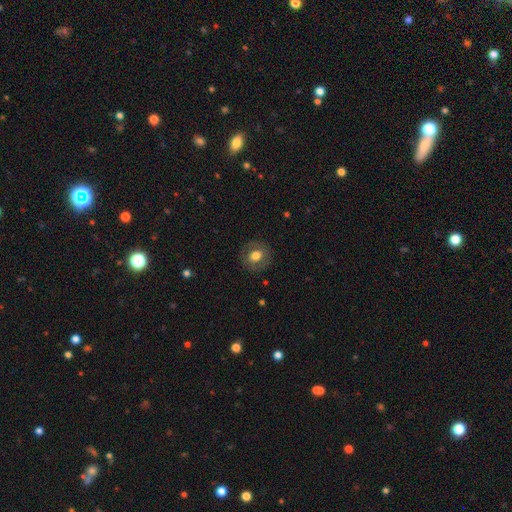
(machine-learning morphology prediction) Smooth or featured?
  - smooth: 64% *
  - featured or disk: 28%
  - star or artifact: 8%
How rounded?
  - round: 77% *
  - in between: 22%
  - cigar-shaped: 1%
Merging?
  - none: 85% *
  - minor disturbance: 10%
  - major disturbance: 4%
  - merger: 1%